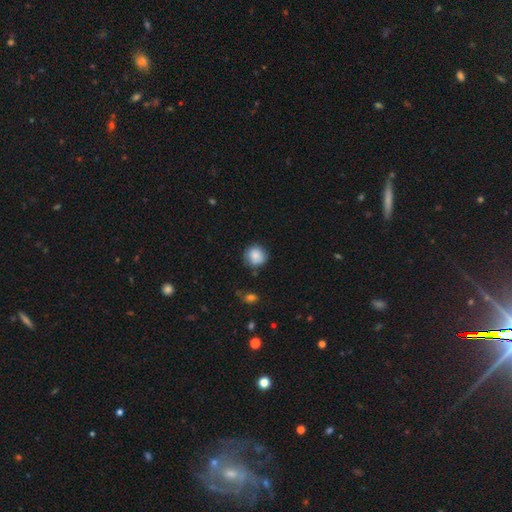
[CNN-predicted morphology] Q: Smooth or featured?
A: smooth (83%); runner-up: featured or disk (9%)
Q: How rounded?
A: round (89%); runner-up: in between (10%)
Q: Merging?
A: none (75%); runner-up: minor disturbance (19%)